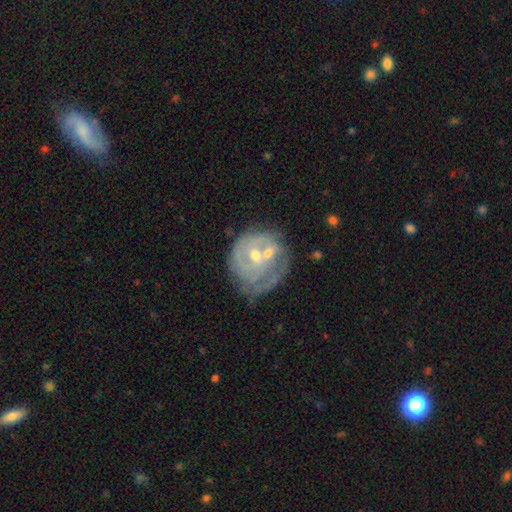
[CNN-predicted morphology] Smooth or featured?
  - featured or disk: 69% *
  - smooth: 24%
  - star or artifact: 7%
Edge-on disk?
  - no: 97% *
  - yes: 3%
Bar?
  - no: 64% *
  - weak: 29%
  - strong: 7%
Spiral arms?
  - yes: 60% *
  - no: 40%
Bulge size?
  - moderate: 50% *
  - small: 43%
  - none: 3%
  - large: 2%
  - dominant: 1%
Merging?
  - none: 34% *
  - merger: 33%
  - minor disturbance: 19%
  - major disturbance: 15%